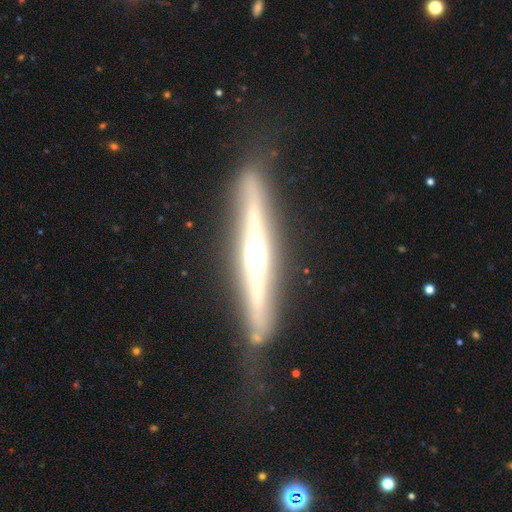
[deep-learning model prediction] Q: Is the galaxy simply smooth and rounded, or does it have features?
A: featured or disk — 81%.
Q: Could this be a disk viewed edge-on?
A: yes — 96%.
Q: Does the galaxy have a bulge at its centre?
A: rounded — 79%.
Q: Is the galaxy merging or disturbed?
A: none — 73%.